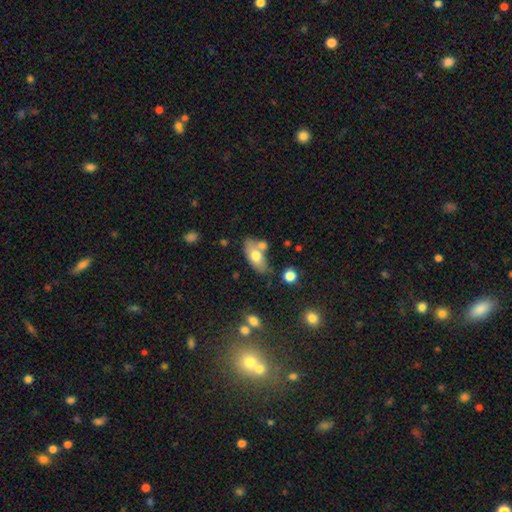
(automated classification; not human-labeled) A smooth galaxy with no disk features (68%) that is in between round and cigar-shaped (87%).

Vote fractions:
- Smooth or featured? smooth: 68% / featured or disk: 25% / star or artifact: 7%
- How rounded? in between: 87% / cigar-shaped: 8% / round: 4%
- Merging? none: 59% / merger: 20% / minor disturbance: 16% / major disturbance: 5%